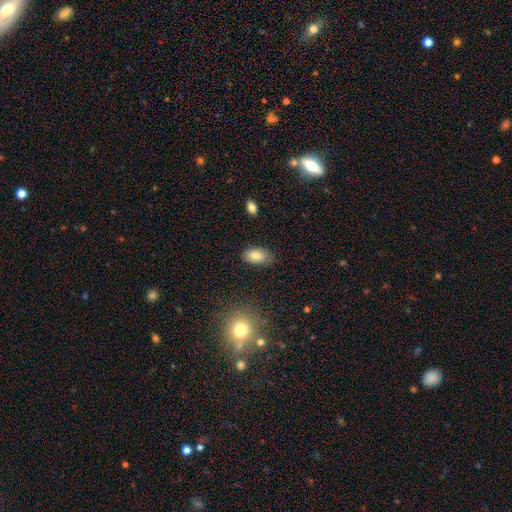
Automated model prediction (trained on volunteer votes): This is clearly a smooth galaxy (82%). How rounded: clearly in between (93%). Merging: clearly none (83%).